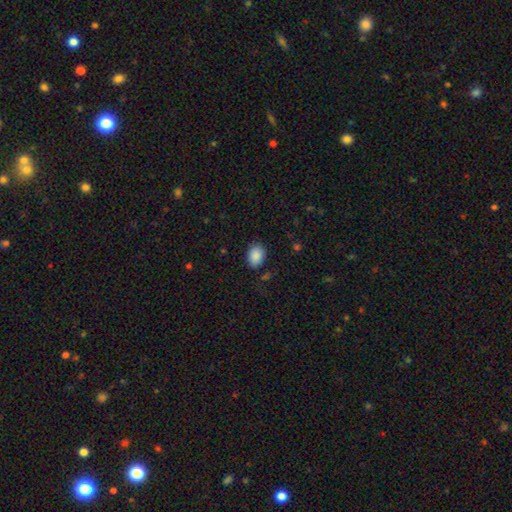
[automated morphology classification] Smooth or featured? Predicted: smooth (p=0.89). How rounded? Predicted: in between (p=0.74). Merging? Predicted: none (p=0.82).